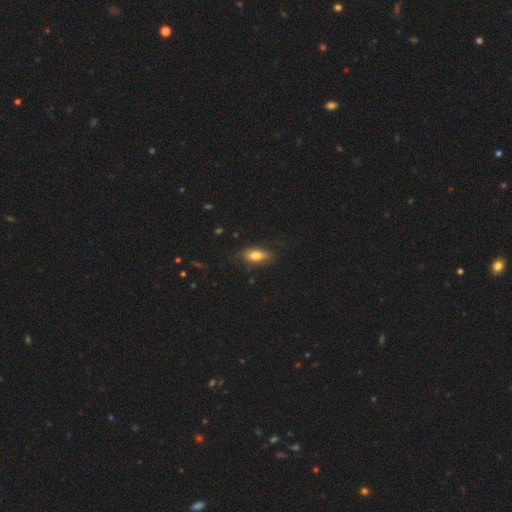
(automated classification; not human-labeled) Smooth or featured?
  - smooth: 72% *
  - featured or disk: 20%
  - star or artifact: 8%
How rounded?
  - in between: 76% *
  - cigar-shaped: 20%
  - round: 4%
Merging?
  - none: 75% *
  - minor disturbance: 19%
  - major disturbance: 5%
  - merger: 1%